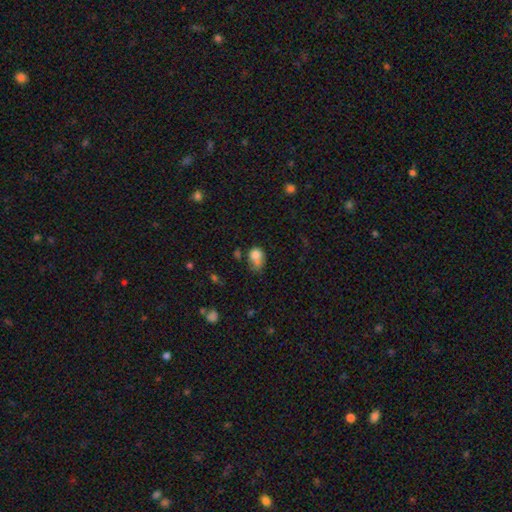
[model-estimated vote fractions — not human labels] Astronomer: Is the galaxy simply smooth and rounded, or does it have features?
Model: smooth — 77%.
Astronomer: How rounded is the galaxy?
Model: in between — 60% (runner-up: round, 39%).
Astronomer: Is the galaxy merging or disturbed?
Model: minor disturbance — 30% (runner-up: none, 29%).